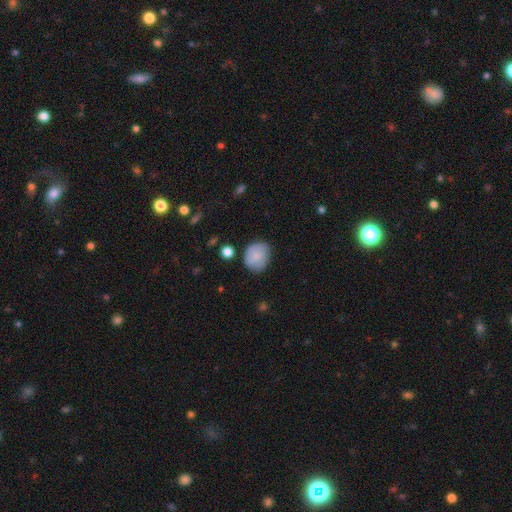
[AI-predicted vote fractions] Smooth or featured? smooth (80%)
How rounded? round (63%)
Merging? none (71%)